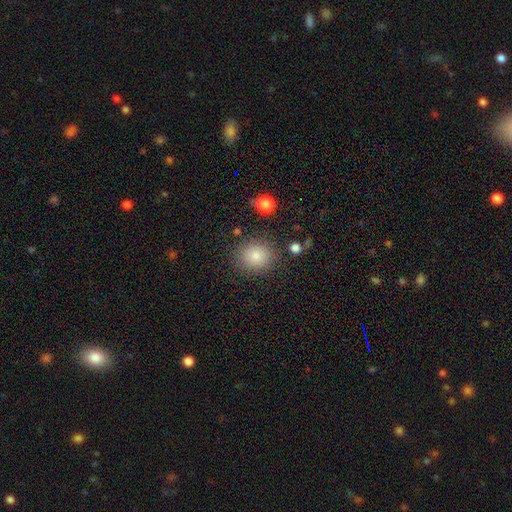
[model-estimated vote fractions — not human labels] Q: Smooth or featured?
A: smooth (82%); runner-up: star or artifact (12%)
Q: How rounded?
A: round (83%); runner-up: in between (16%)
Q: Merging?
A: none (85%); runner-up: minor disturbance (9%)